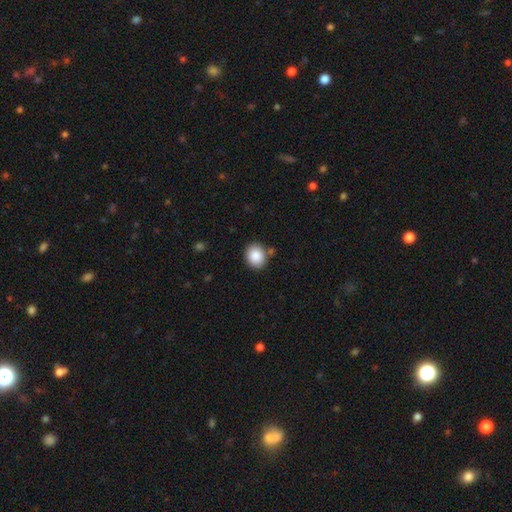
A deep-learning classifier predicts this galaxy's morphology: Smooth or featured? Predicted: smooth (p=0.87). How rounded? Predicted: round (p=0.67). Merging? Predicted: none (p=0.83).